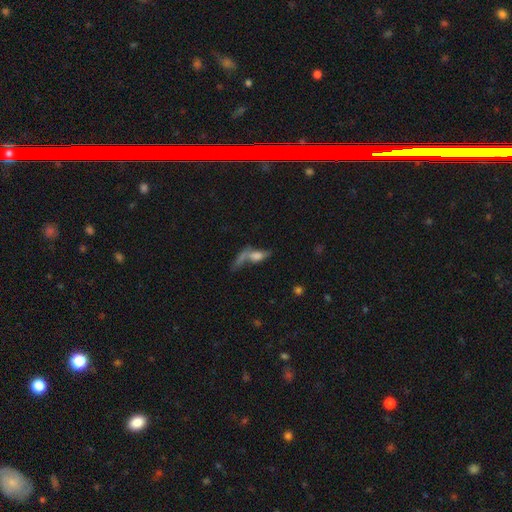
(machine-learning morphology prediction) Smooth or featured? Predicted: smooth (p=0.46). Merging? Predicted: merger (p=0.36).